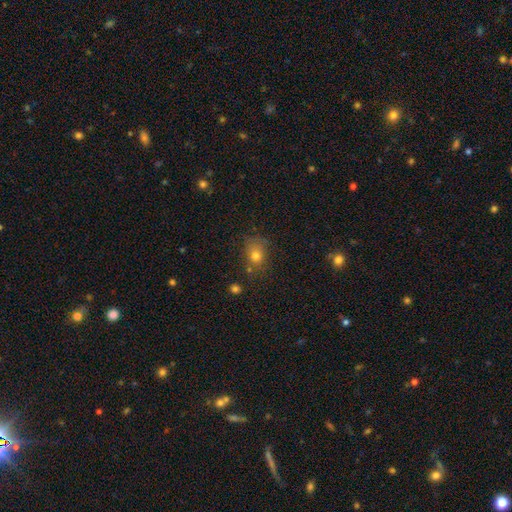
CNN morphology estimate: Smooth or featured? Predicted: smooth (p=0.75). How rounded? Predicted: round (p=0.54). Merging? Predicted: none (p=0.64).